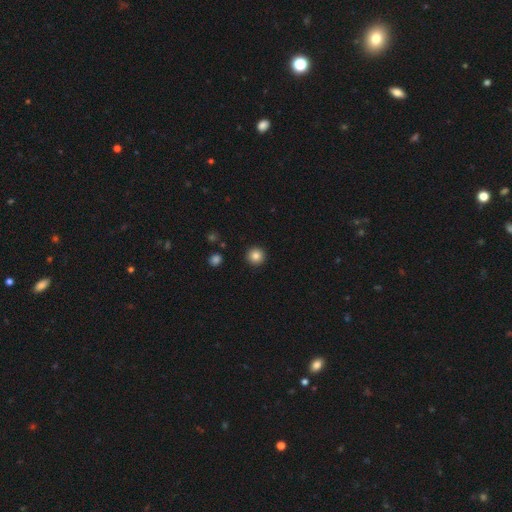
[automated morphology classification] smooth-or-featured: smooth: 85% | star or artifact: 10% | featured or disk: 5%
  how-rounded: round: 96% | in between: 3% | cigar-shaped: 1%
  merging: none: 93% | minor disturbance: 4% | major disturbance: 2% | merger: 1%